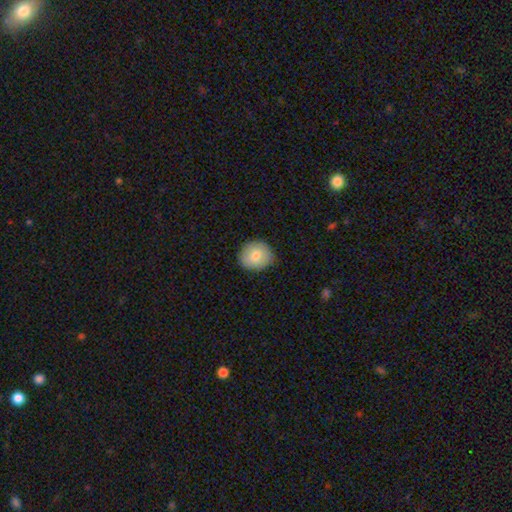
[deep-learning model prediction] Smooth or featured: smooth — 80% (featured or disk — 13%)
How rounded: round — 76% (in between — 23%)
Merging: none — 85% (minor disturbance — 12%)